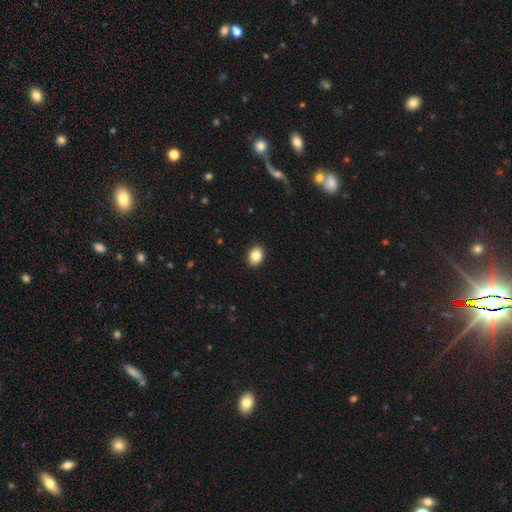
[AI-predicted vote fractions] A smooth galaxy with no disk features (85%) that is in between round and cigar-shaped (71%).

Vote fractions:
- Smooth or featured? smooth: 85% / star or artifact: 8% / featured or disk: 7%
- How rounded? in between: 71% / round: 28% / cigar-shaped: 1%
- Merging? none: 91% / minor disturbance: 7% / major disturbance: 2% / merger: 1%